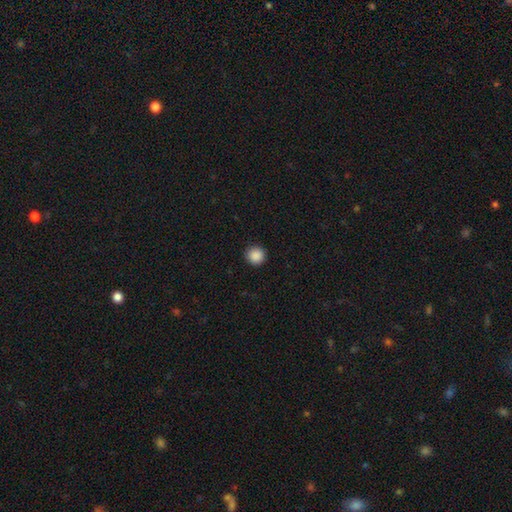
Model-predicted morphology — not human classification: Q: Smooth or featured?
A: smooth (89%); runner-up: star or artifact (9%)
Q: How rounded?
A: round (95%); runner-up: in between (4%)
Q: Merging?
A: none (92%); runner-up: minor disturbance (5%)